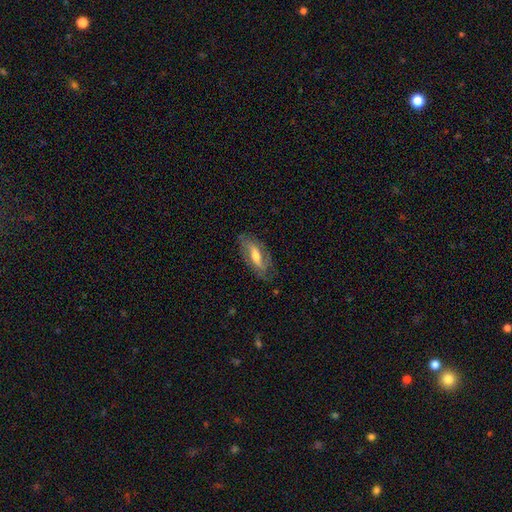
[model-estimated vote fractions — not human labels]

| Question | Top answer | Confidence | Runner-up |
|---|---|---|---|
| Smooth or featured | featured or disk | 63% | smooth (30%) |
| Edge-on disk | no | 83% | yes (17%) |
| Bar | weak | 41% | strong (33%) |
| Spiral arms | yes | 80% | no (20%) |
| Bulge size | moderate | 62% | small (21%) |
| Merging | none | 73% | minor disturbance (19%) |